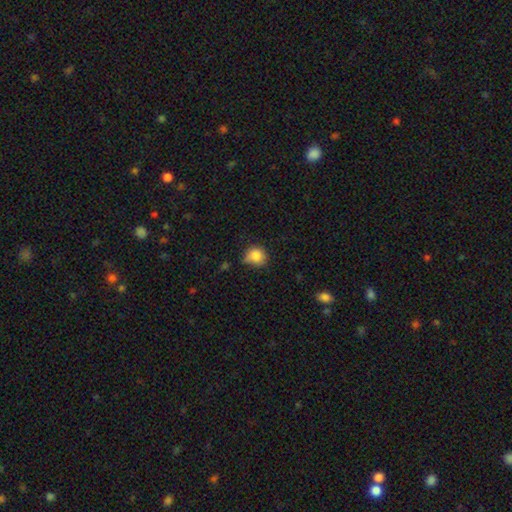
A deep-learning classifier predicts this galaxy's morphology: Smooth or featured? Predicted: smooth (p=0.84). How rounded? Predicted: round (p=0.79). Merging? Predicted: none (p=0.50).